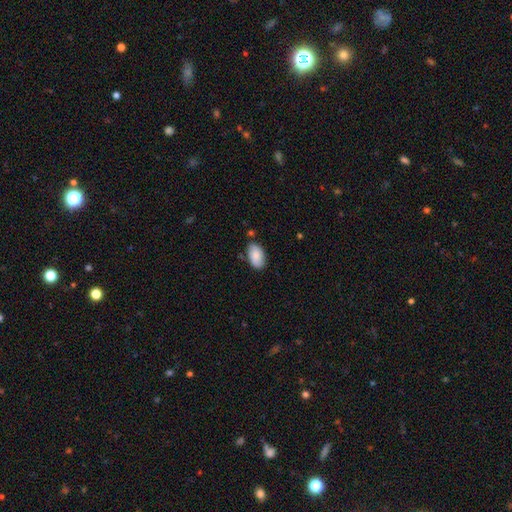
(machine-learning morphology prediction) Overall: smooth (81%). How rounded: in between (94%). Merging: none (76%).